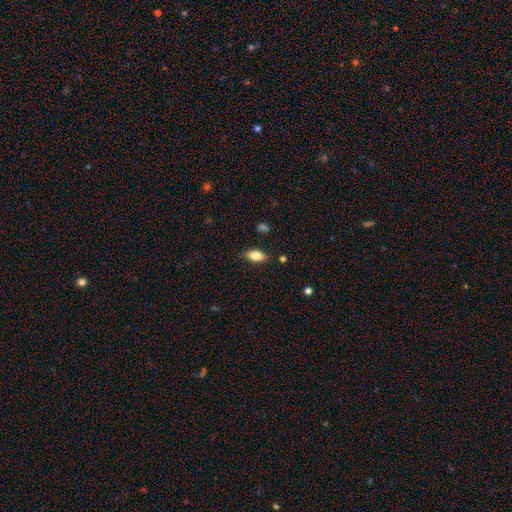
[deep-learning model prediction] Q: Smooth or featured?
A: smooth (78%); runner-up: featured or disk (14%)
Q: How rounded?
A: in between (86%); runner-up: cigar-shaped (11%)
Q: Merging?
A: none (86%); runner-up: minor disturbance (10%)